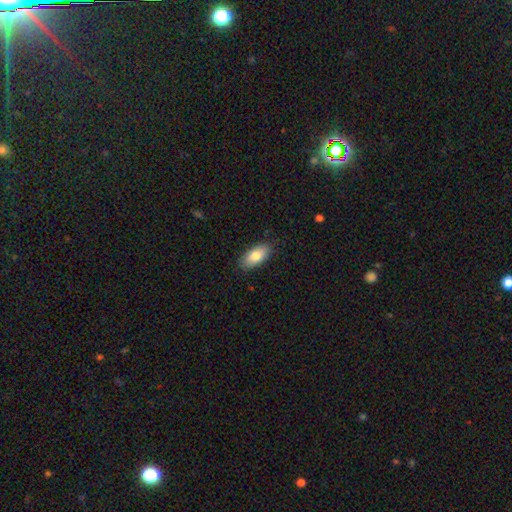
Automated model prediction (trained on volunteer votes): Smooth or featured: smooth — 79% (featured or disk — 14%)
How rounded: in between — 90% (cigar-shaped — 7%)
Merging: none — 86% (minor disturbance — 11%)